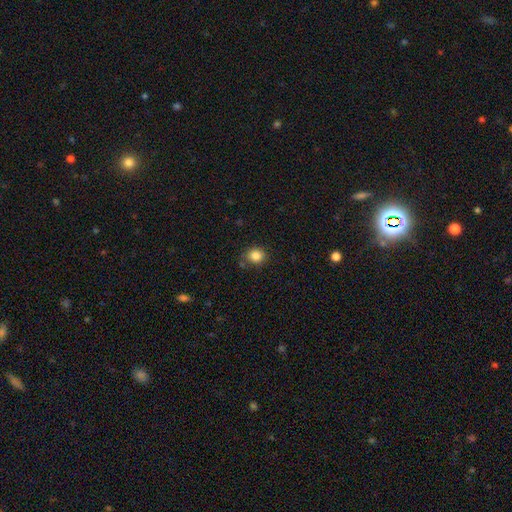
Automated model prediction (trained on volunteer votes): The model was most divided on "how rounded": round: 78%, in between: 21%, cigar-shaped: 1%. More confident: smooth or featured — smooth (85%); merging — none (78%).